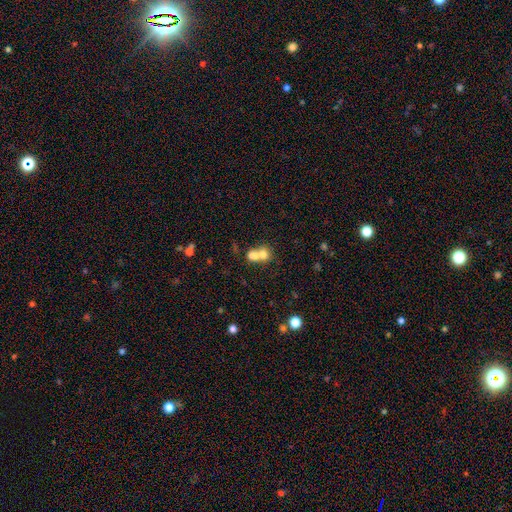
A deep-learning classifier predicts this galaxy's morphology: smooth_or_featured: smooth (p=0.71) [alt: featured or disk p=0.18]
how_rounded: round (p=0.59) [alt: in between p=0.40]
merging: merger (p=0.71) [alt: none p=0.21]